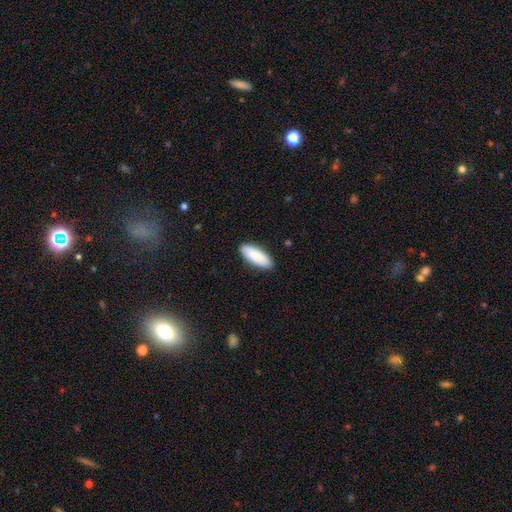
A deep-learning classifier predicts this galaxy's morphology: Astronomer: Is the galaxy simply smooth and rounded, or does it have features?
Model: smooth — 89%.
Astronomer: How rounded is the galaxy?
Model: in between — 71%.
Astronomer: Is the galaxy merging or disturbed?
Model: none — 89%.